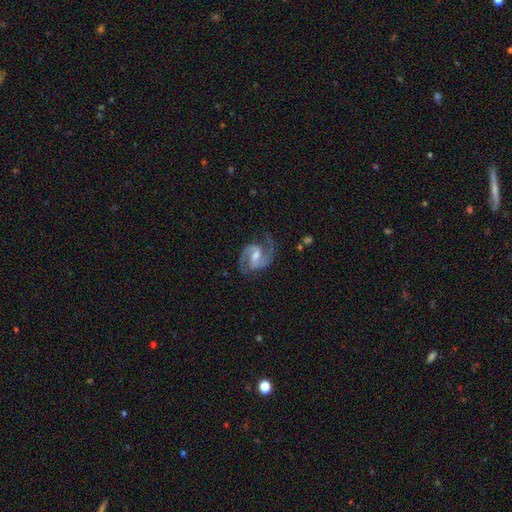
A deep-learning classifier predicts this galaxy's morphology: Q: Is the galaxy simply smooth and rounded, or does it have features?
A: featured or disk — 91%.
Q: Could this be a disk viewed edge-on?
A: no — 98%.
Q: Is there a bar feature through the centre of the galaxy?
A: weak — 54%.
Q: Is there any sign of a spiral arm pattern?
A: yes — 98%.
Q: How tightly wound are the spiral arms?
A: medium — 62%.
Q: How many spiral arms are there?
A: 2 — 93%.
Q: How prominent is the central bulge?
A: moderate — 53%.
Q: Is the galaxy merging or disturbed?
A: none — 77%.